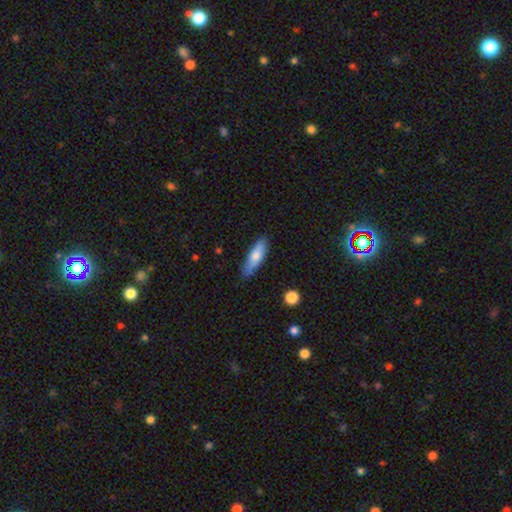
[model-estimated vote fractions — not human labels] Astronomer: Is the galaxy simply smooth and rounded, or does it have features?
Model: smooth — 70%.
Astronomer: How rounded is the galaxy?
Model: cigar-shaped — 56% (runner-up: in between, 41%).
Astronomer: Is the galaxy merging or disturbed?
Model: none — 80%.